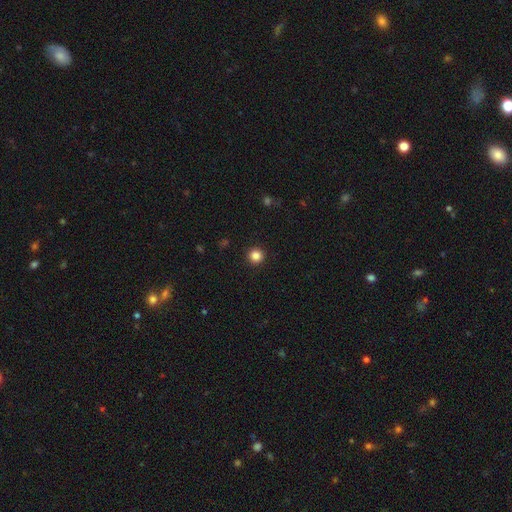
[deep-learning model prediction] Q: Smooth or featured?
A: smooth (85%); runner-up: star or artifact (11%)
Q: How rounded?
A: round (96%); runner-up: in between (3%)
Q: Merging?
A: none (93%); runner-up: minor disturbance (4%)